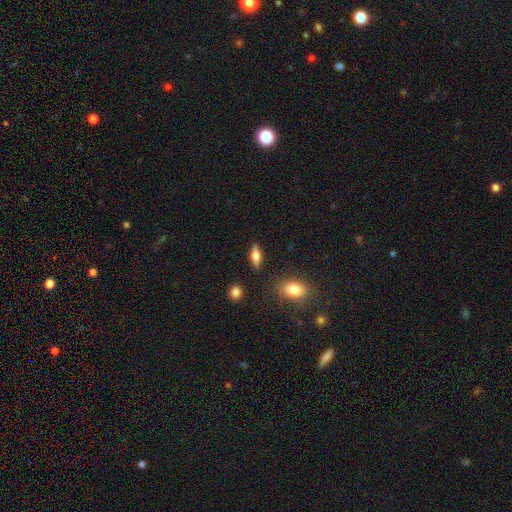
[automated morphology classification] Overall: smooth (47%; featured or disk 45%). Merging: none (85%).